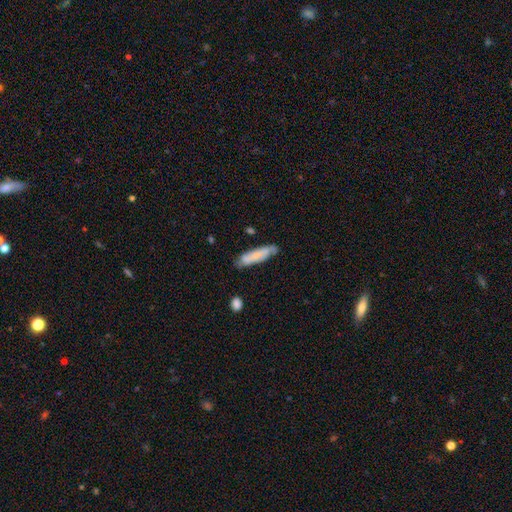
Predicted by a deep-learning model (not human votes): Q: Smooth or featured?
A: smooth (62%); runner-up: featured or disk (32%)
Q: How rounded?
A: cigar-shaped (72%); runner-up: in between (27%)
Q: Merging?
A: none (71%); runner-up: minor disturbance (21%)